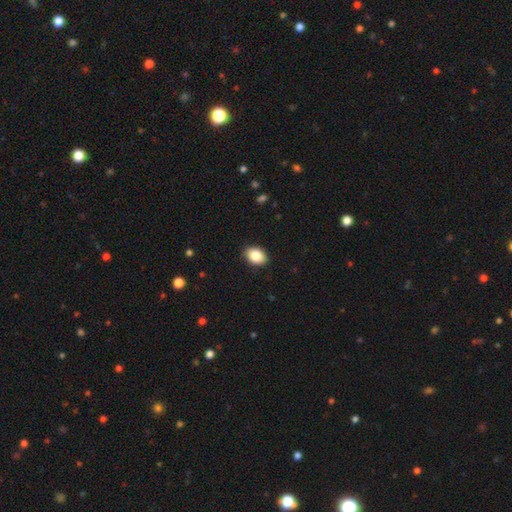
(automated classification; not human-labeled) Smooth or featured? Predicted: smooth (p=0.86). How rounded? Predicted: in between (p=0.79). Merging? Predicted: none (p=0.89).